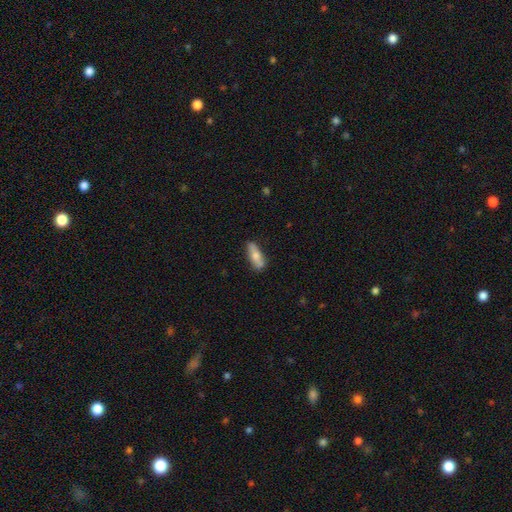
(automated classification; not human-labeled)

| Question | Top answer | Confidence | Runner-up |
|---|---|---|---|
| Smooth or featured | smooth | 66% | featured or disk (28%) |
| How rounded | in between | 53% | cigar-shaped (45%) |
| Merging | none | 74% | minor disturbance (18%) |